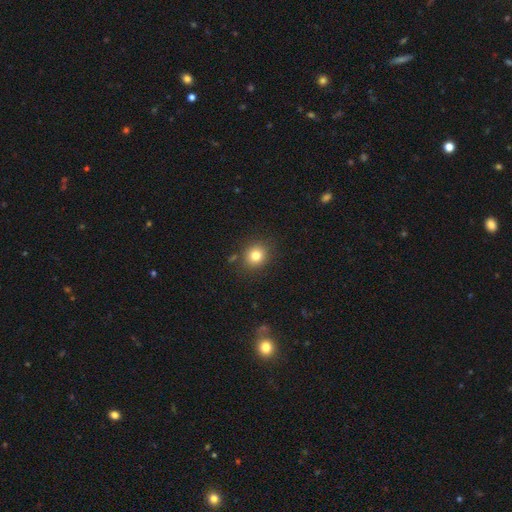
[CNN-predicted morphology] This is clearly a smooth galaxy (81%). How rounded: clearly round (81%). Merging: clearly none (85%).